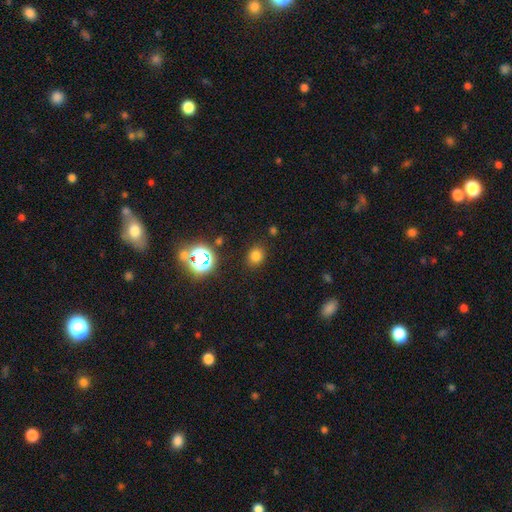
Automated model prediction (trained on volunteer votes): Overall: smooth (75%). How rounded: round (68%; in between 31%). Merging: none (86%).